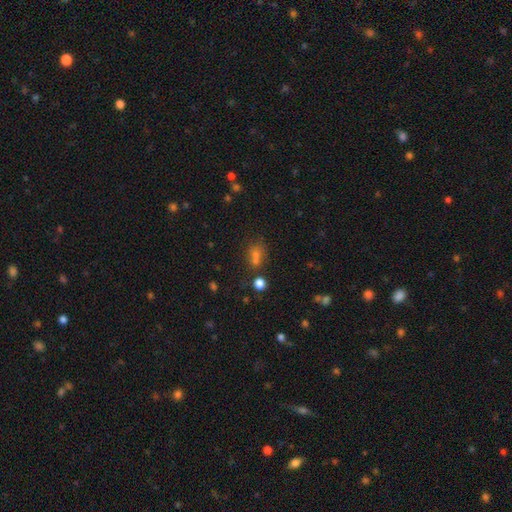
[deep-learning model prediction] smooth_or_featured: smooth (p=0.57) [alt: star or artifact p=0.33]
how_rounded: in between (p=0.49) [alt: round p=0.47]
merging: none (p=0.58) [alt: merger p=0.22]